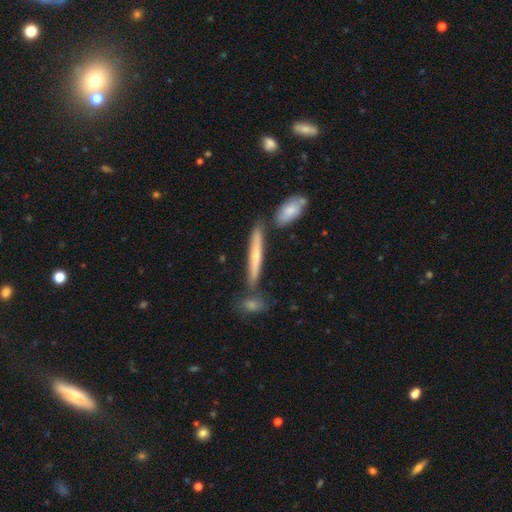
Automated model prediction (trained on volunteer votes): A featured or disk galaxy (48%). Merging: none (73%).